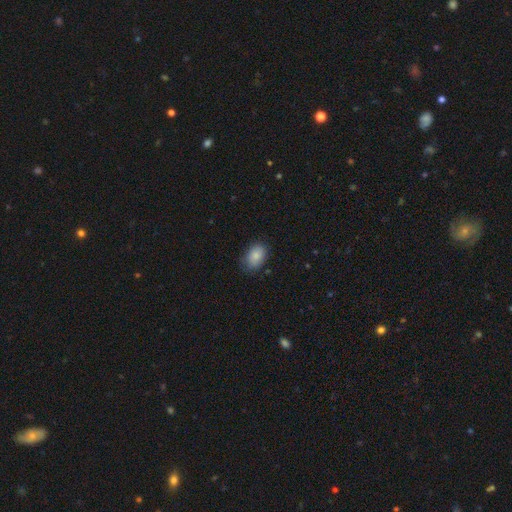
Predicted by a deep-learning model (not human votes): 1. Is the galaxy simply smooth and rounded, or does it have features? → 86% smooth, 7% star or artifact, 7% featured or disk.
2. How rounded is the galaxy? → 82% in between, 17% round, 1% cigar-shaped.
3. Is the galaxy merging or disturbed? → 78% none, 17% minor disturbance, 4% major disturbance, 1% merger.